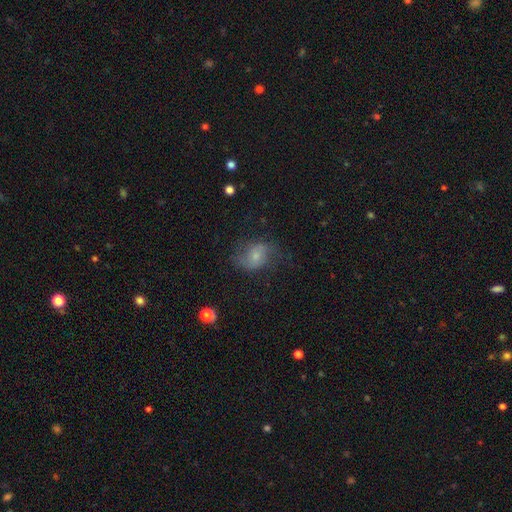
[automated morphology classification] Smooth or featured? Predicted: featured or disk (p=0.46). Merging? Predicted: none (p=0.57).